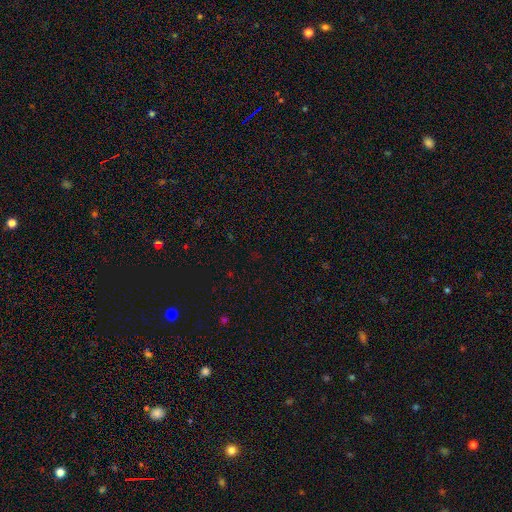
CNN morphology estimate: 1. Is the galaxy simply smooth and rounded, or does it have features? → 71% star or artifact, 22% smooth, 7% featured or disk.